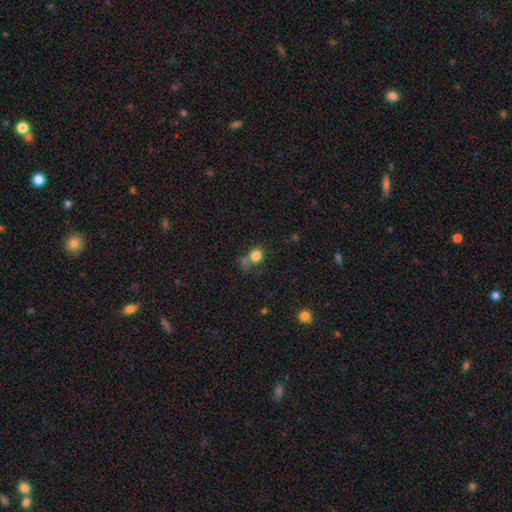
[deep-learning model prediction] Smooth or featured: smooth — 80% (star or artifact — 13%)
How rounded: round — 79% (in between — 20%)
Merging: none — 54% (merger — 20%)